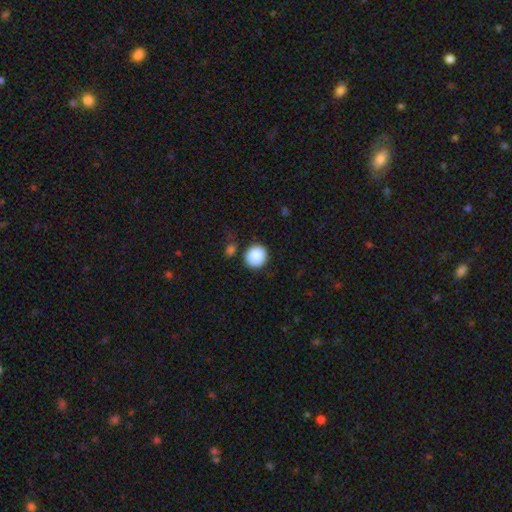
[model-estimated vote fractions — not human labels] Smooth or featured? Predicted: smooth (p=0.89). How rounded? Predicted: round (p=0.87). Merging? Predicted: none (p=0.80).